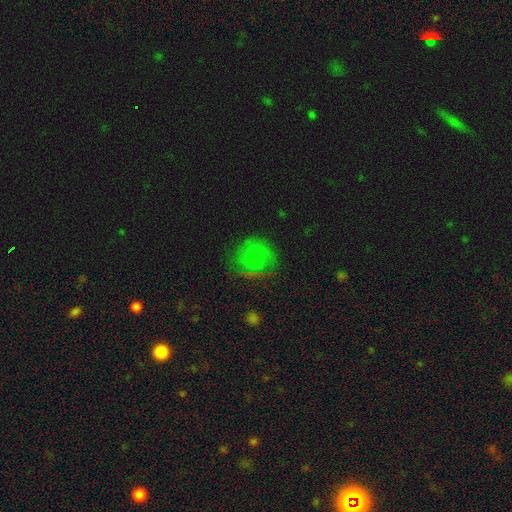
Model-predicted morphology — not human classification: A smooth galaxy with no disk features (53%) that is round (82%).

Vote fractions:
- Smooth or featured? smooth: 53% / featured or disk: 29% / star or artifact: 18%
- How rounded? round: 82% / in between: 17% / cigar-shaped: 1%
- Merging? none: 66% / minor disturbance: 21% / major disturbance: 11% / merger: 2%